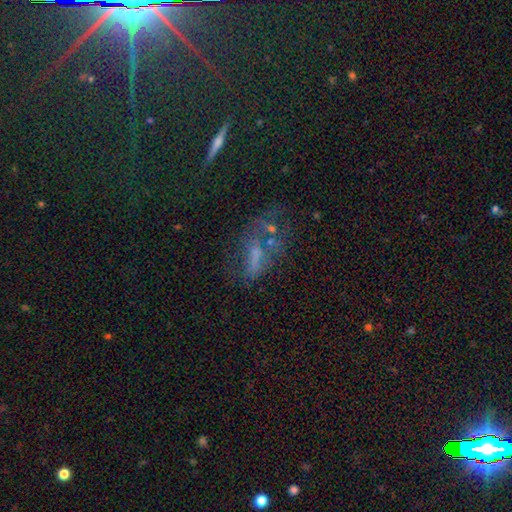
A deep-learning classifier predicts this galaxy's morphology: smooth-or-featured: featured or disk: 41% | smooth: 33% | star or artifact: 25%
  merging: none: 40% | major disturbance: 28% | minor disturbance: 20% | merger: 12%